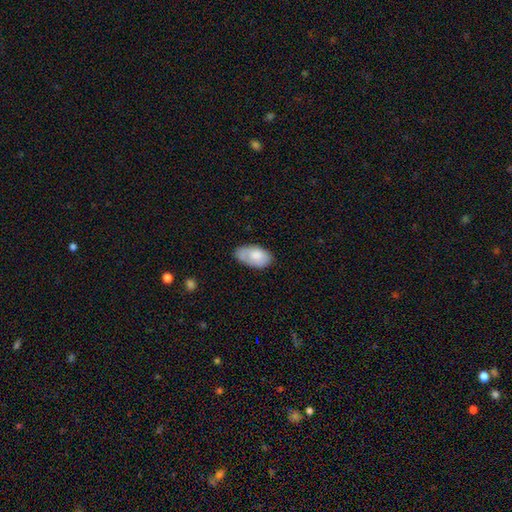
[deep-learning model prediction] A smooth galaxy with no disk features (74%) that is in between round and cigar-shaped (95%).

Vote fractions:
- Smooth or featured? smooth: 74% / featured or disk: 20% / star or artifact: 6%
- How rounded? in between: 95% / round: 3% / cigar-shaped: 2%
- Merging? none: 65% / minor disturbance: 26% / major disturbance: 7% / merger: 2%